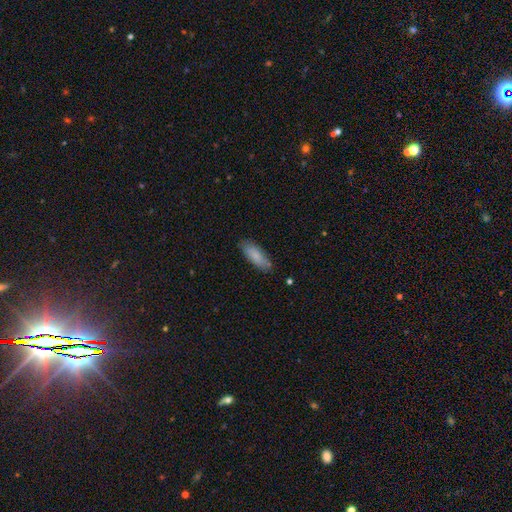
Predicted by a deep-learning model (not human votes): A smooth galaxy with no disk features (84%) that is in between round and cigar-shaped (61%). Merging: none (81%).